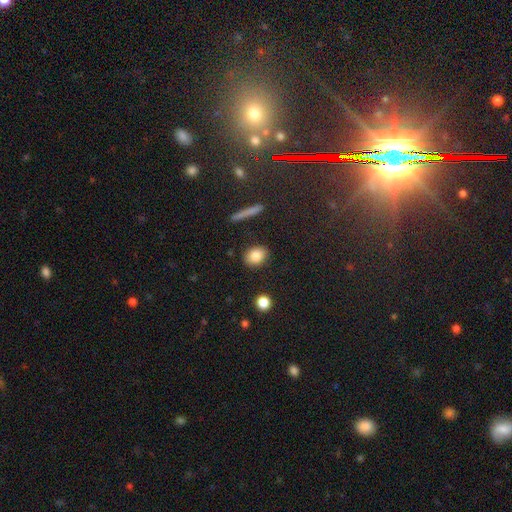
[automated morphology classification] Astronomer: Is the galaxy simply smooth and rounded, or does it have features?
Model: smooth — 85%.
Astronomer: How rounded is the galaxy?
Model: in between — 66%.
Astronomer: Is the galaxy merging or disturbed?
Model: none — 87%.